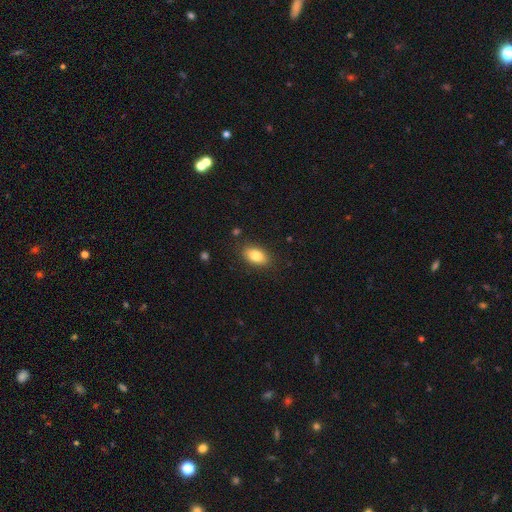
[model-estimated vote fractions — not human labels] smooth_or_featured: smooth (p=0.82) [alt: featured or disk p=0.10]
how_rounded: in between (p=0.89) [alt: round p=0.08]
merging: none (p=0.86) [alt: minor disturbance p=0.10]